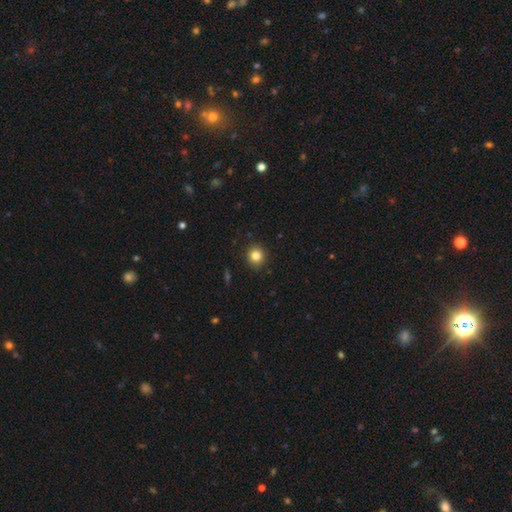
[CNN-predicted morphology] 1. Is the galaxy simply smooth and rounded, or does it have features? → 83% smooth, 11% star or artifact, 6% featured or disk.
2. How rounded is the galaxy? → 90% round, 10% in between, 1% cigar-shaped.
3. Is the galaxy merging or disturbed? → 91% none, 6% minor disturbance, 2% major disturbance, 1% merger.